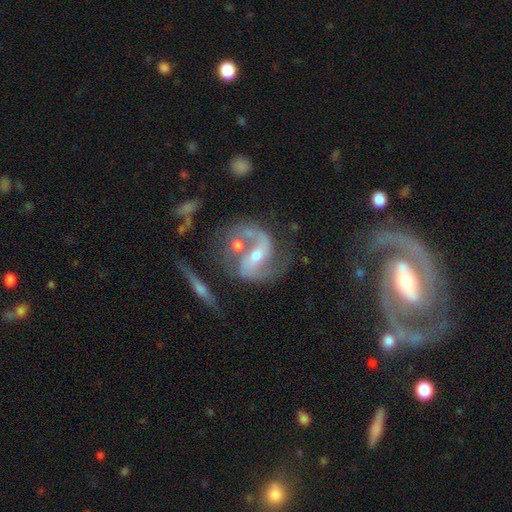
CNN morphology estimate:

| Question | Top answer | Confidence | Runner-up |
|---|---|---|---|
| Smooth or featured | featured or disk | 88% | star or artifact (7%) |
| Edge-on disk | no | 96% | yes (4%) |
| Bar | strong | 39% | weak (35%) |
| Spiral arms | yes | 96% | no (4%) |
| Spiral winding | medium | 52% | loose (32%) |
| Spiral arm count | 2 | 88% | 1 (4%) |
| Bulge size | moderate | 51% | small (44%) |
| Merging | none | 49% | merger (20%) |